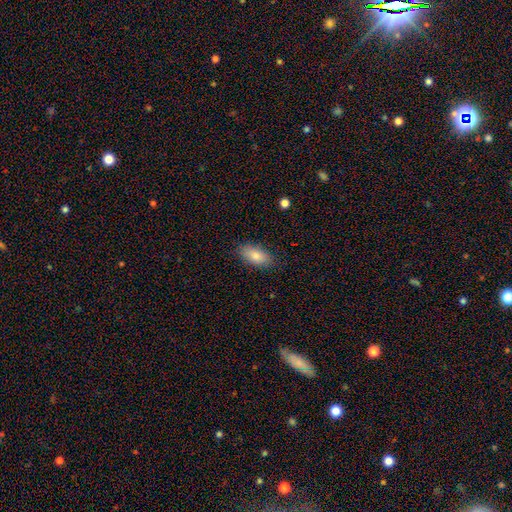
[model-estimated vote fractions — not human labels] smooth_or_featured: smooth (p=0.81) [alt: featured or disk p=0.12]
how_rounded: in between (p=0.90) [alt: cigar-shaped p=0.07]
merging: none (p=0.86) [alt: minor disturbance p=0.10]